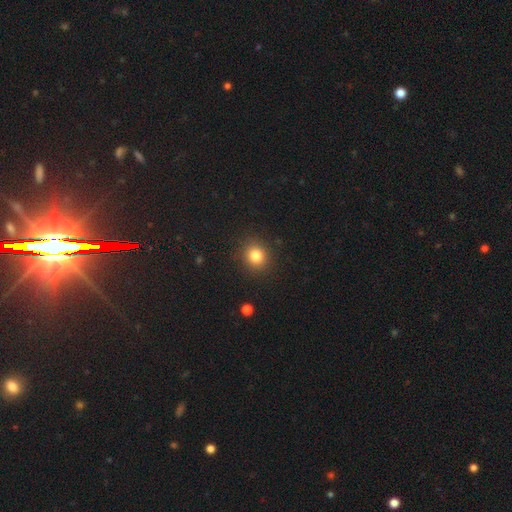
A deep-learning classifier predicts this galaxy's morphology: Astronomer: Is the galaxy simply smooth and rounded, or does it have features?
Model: smooth — 82%.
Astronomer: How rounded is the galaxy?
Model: round — 85%.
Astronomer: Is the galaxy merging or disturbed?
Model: none — 90%.